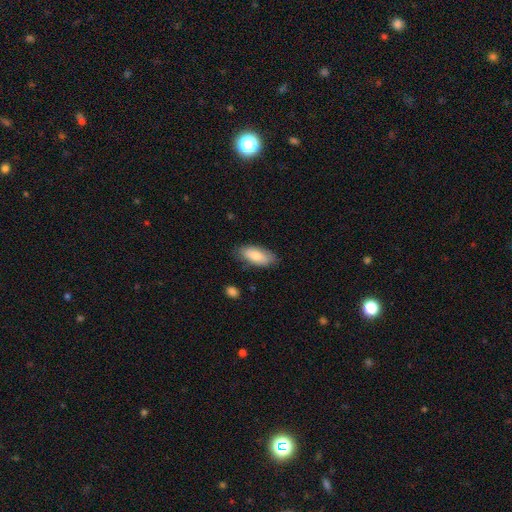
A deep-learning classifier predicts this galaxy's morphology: smooth-or-featured: smooth: 78% | featured or disk: 16% | star or artifact: 6%
  how-rounded: in between: 85% | cigar-shaped: 12% | round: 2%
  merging: none: 78% | minor disturbance: 17% | major disturbance: 3% | merger: 2%